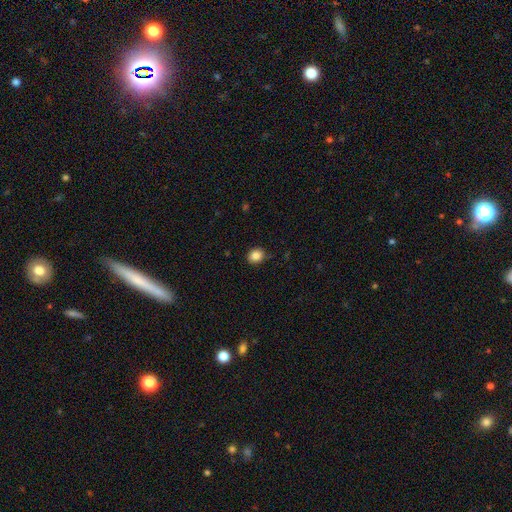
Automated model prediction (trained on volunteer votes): Smooth or featured: smooth — 86% (star or artifact — 10%)
How rounded: round — 67% (in between — 32%)
Merging: none — 86% (minor disturbance — 11%)